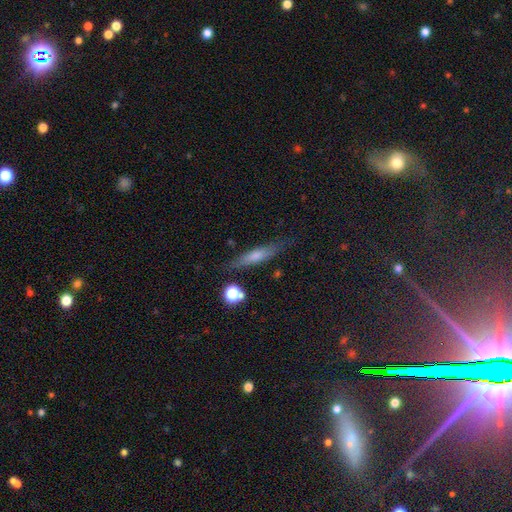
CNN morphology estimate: Smooth or featured? Predicted: smooth (p=0.49). Merging? Predicted: none (p=0.79).